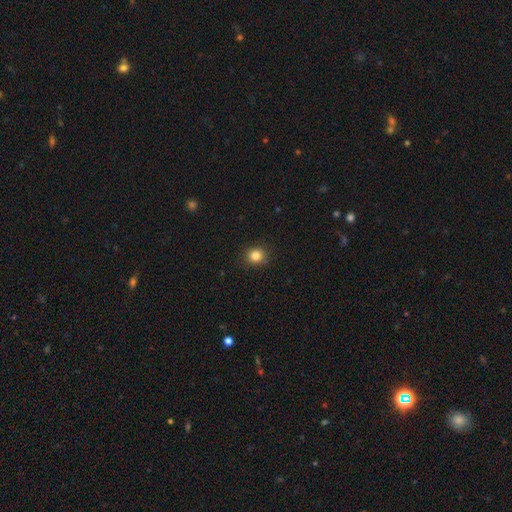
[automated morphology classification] smooth 84%, star or artifact 11%, featured or disk 5%. Down the decision tree: how rounded — round (85%); merging — none (90%).